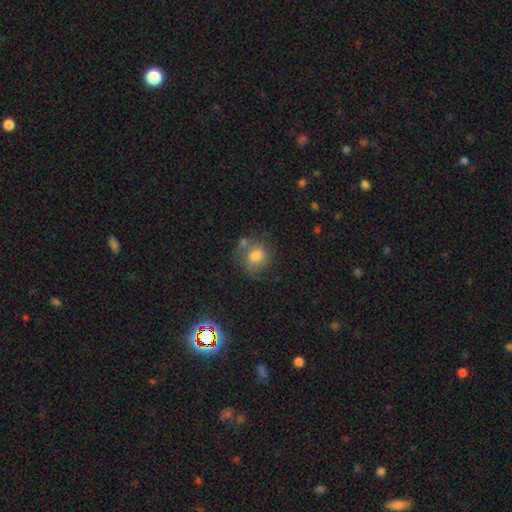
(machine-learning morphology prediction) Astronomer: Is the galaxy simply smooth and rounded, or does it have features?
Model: smooth — 63%.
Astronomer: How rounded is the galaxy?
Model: round — 65%.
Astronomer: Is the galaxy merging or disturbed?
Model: none — 51%.